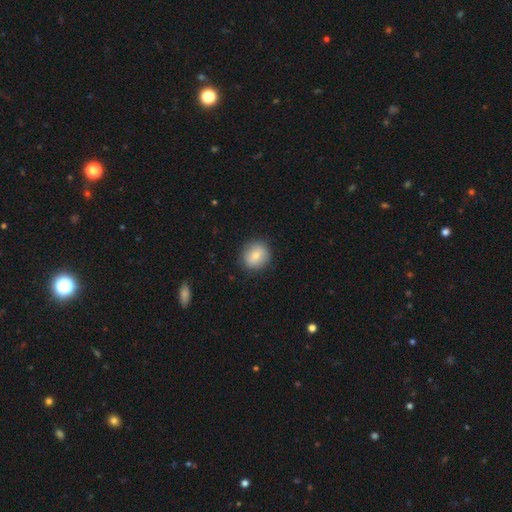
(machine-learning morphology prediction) This is likely a smooth galaxy (75%). How rounded: clearly round (83%). Merging: clearly none (86%).